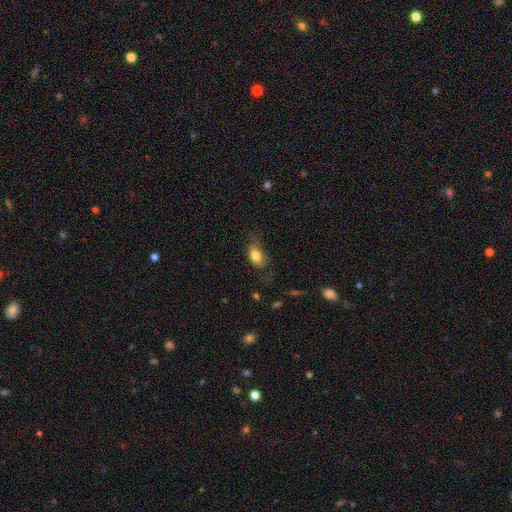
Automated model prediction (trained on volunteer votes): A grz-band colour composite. It shows a smooth galaxy with no disk features (75%) that is in between round and cigar-shaped (84%). Merging: none (56%).